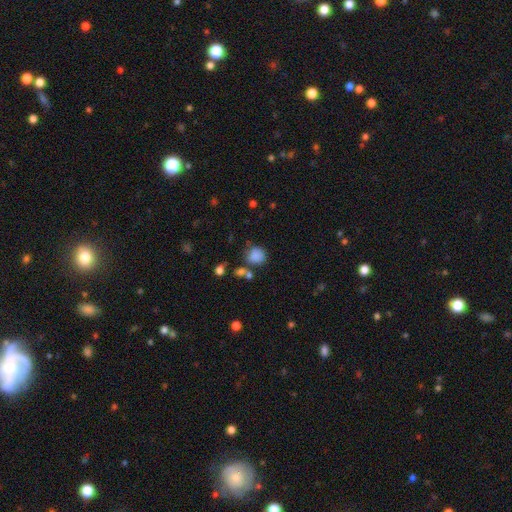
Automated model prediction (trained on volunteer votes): This is clearly a smooth galaxy (83%). How rounded: clearly round (82%). Merging: likely none (65%).